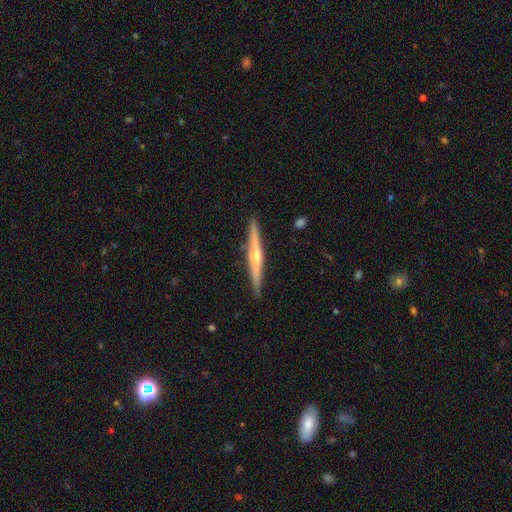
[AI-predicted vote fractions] Overall: featured or disk (71%). Edge-on disk: yes (98%). Edge-on bulge: rounded (75%). Merging: none (91%).